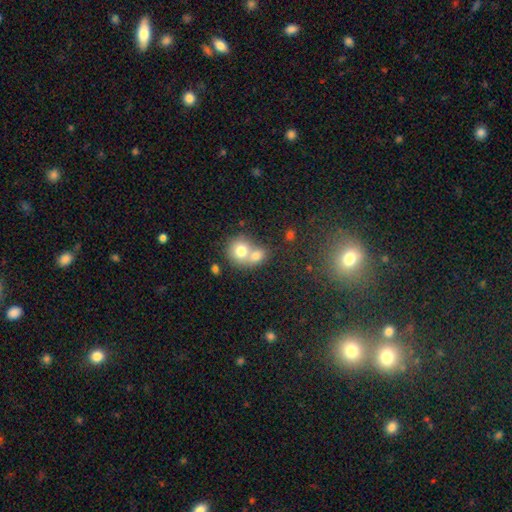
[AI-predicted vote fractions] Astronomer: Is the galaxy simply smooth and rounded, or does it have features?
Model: smooth — 72%.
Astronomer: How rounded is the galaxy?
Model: round — 71%.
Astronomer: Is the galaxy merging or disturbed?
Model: merger — 69%.